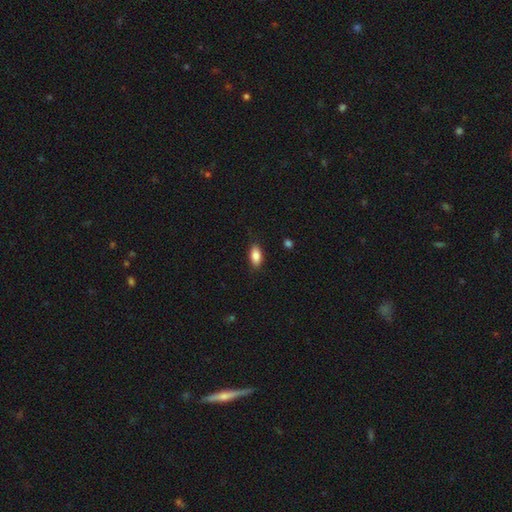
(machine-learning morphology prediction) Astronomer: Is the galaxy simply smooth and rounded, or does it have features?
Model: smooth — 85%.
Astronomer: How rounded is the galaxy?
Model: in between — 89%.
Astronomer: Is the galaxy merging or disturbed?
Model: none — 85%.